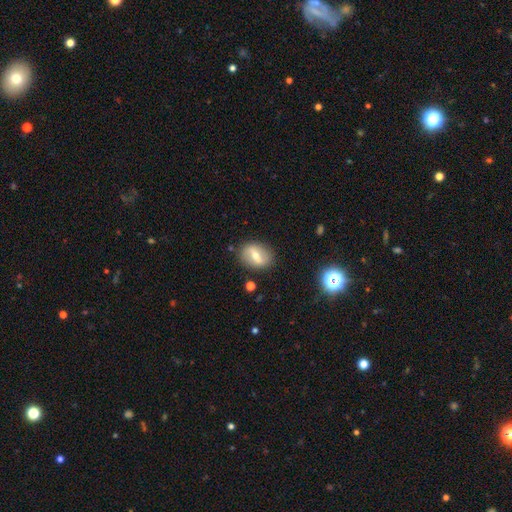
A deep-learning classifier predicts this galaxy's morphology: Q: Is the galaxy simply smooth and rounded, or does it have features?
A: featured or disk — 49%.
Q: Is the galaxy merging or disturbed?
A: none — 81%.